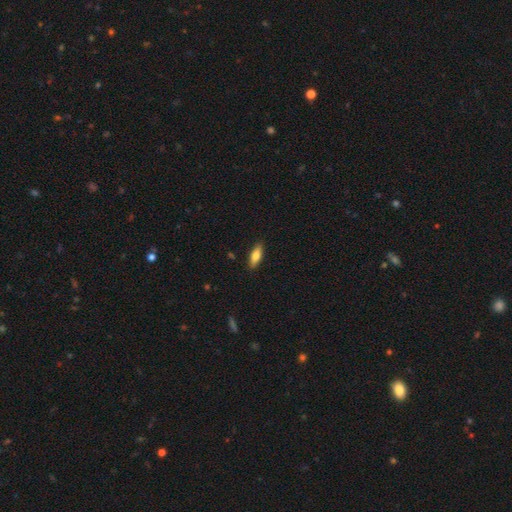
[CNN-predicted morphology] type=smooth (75%); roundness=in between (65%); merging=none (88%).